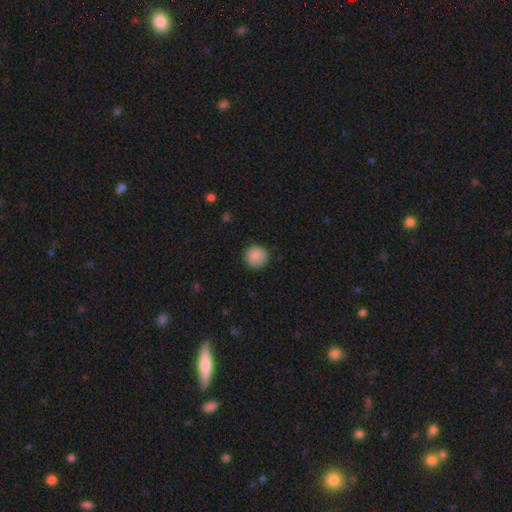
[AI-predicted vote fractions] smooth_or_featured: smooth (p=0.88) [alt: star or artifact p=0.08]
how_rounded: round (p=0.92) [alt: in between p=0.07]
merging: none (p=0.83) [alt: minor disturbance p=0.13]